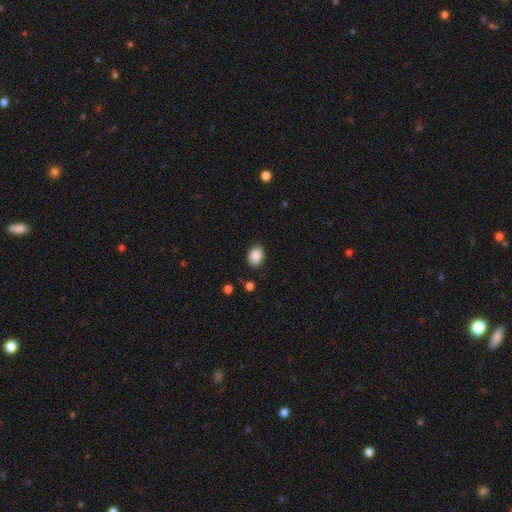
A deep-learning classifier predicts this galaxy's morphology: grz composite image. It shows a smooth galaxy with no disk features (88%) that is in between round and cigar-shaped (74%). Merging: none (85%).